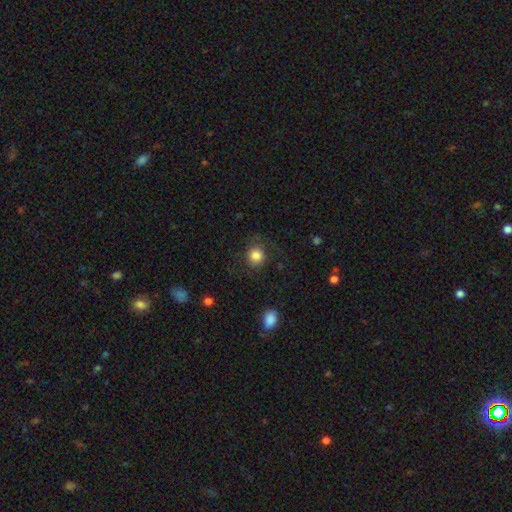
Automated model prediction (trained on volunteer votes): A smooth galaxy with no disk features (84%) that is round (84%). Merging: none (79%).